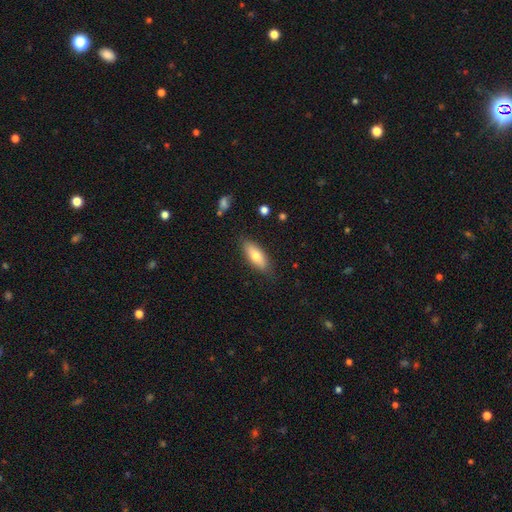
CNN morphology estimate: Smooth or featured: smooth — 72% (featured or disk — 22%)
How rounded: in between — 70% (cigar-shaped — 28%)
Merging: none — 84% (minor disturbance — 12%)